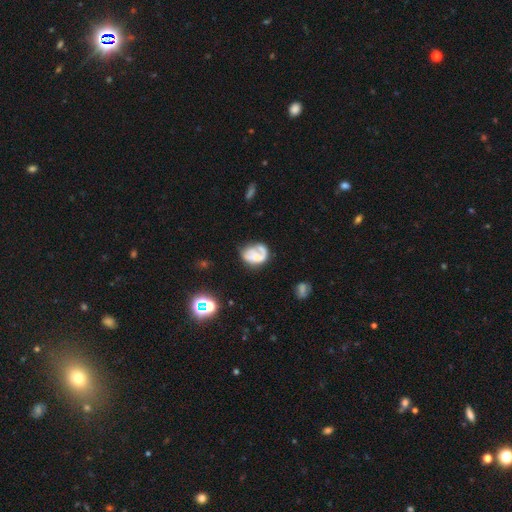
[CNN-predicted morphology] smooth_or_featured: featured or disk (p=0.46) [alt: smooth p=0.44]
merging: none (p=0.35) [alt: major disturbance p=0.27]